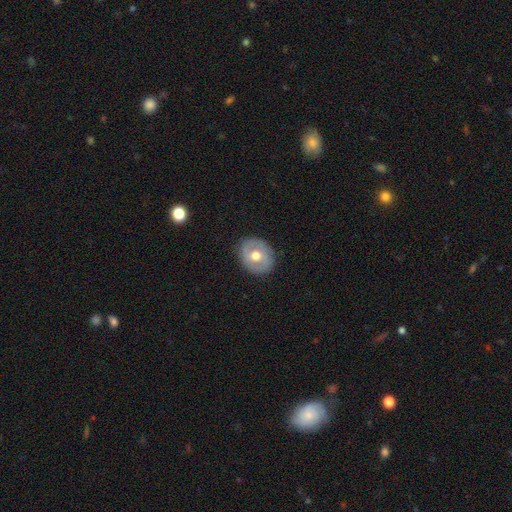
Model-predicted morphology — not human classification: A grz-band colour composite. It shows a featured or disk galaxy (53%) with no bar (59%), no spiral arms (59%) and a moderate central bulge (79%). Merging: none (86%).